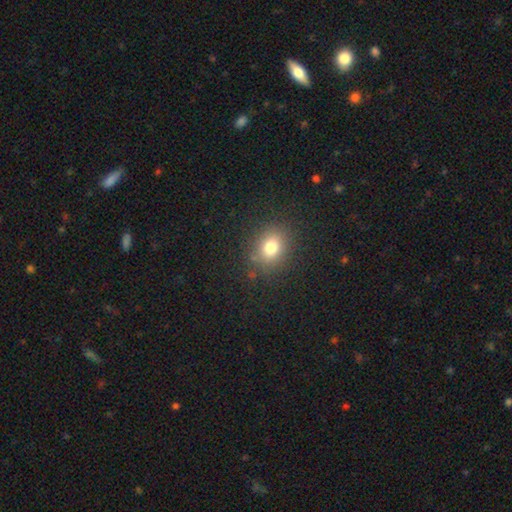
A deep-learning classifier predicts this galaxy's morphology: This appears to be a smooth galaxy with no disk features (74%) that is round (65%). Merging: none (89%).